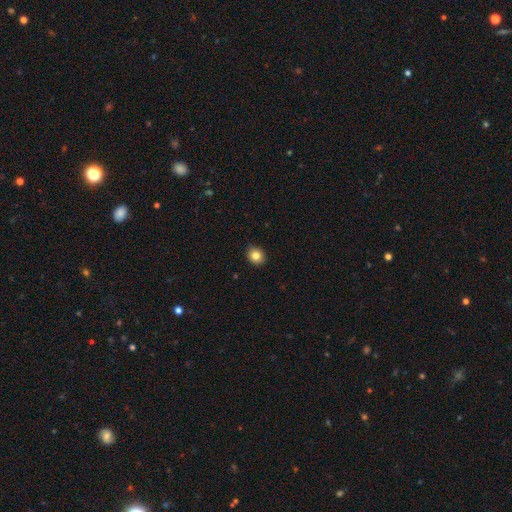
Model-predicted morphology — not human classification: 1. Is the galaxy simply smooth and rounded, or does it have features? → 83% smooth, 10% star or artifact, 6% featured or disk.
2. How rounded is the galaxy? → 74% round, 25% in between, 1% cigar-shaped.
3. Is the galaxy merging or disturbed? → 91% none, 7% minor disturbance, 2% major disturbance, 1% merger.